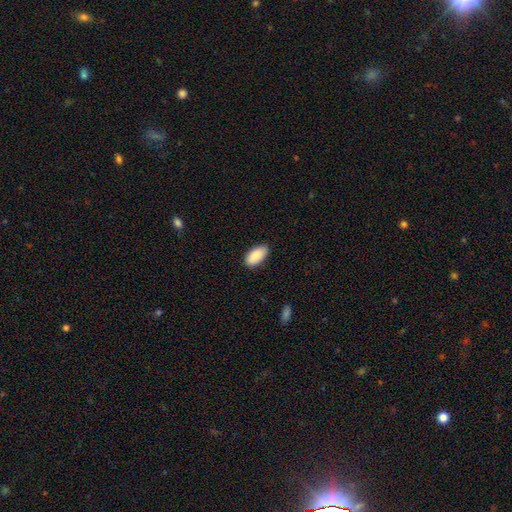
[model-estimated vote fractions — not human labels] This is clearly a smooth galaxy (89%). How rounded: clearly in between (94%). Merging: clearly none (87%).